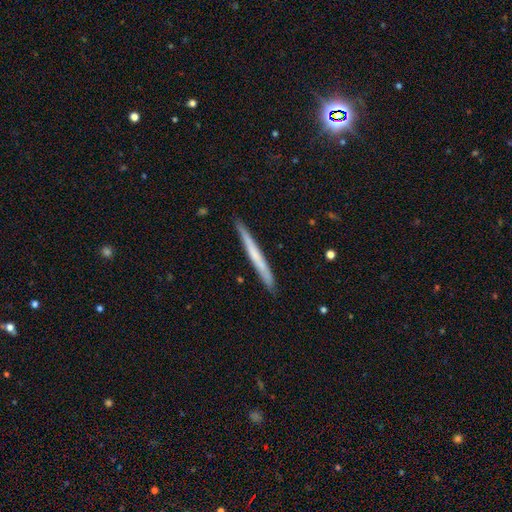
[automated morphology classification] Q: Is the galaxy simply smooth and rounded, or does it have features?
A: smooth — 51%.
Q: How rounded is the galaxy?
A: cigar-shaped — 97%.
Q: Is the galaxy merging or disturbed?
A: none — 90%.